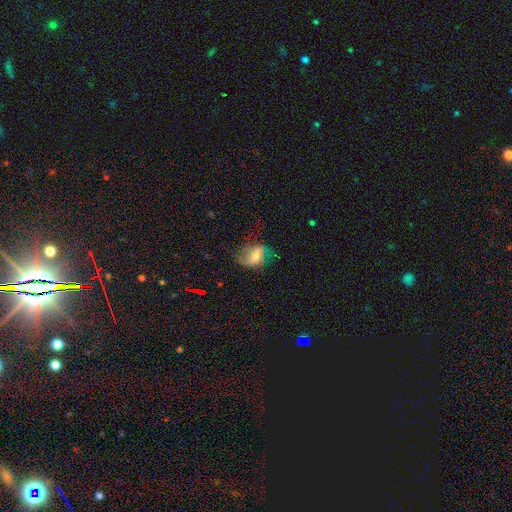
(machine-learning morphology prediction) A featured or disk galaxy (57%) with a weak bar (42%), spiral arms (85%) and a moderate central bulge (57%).

Vote fractions:
- Smooth or featured? featured or disk: 57% / smooth: 34% / star or artifact: 9%
- Edge-on disk? no: 95% / yes: 5%
- Bar? weak: 42% / no: 38% / strong: 20%
- Spiral arms? yes: 85% / no: 15%
- Bulge size? moderate: 57% / small: 31% / large: 7% / none: 3% / dominant: 1%
- Merging? none: 60% / minor disturbance: 25% / major disturbance: 14% / merger: 1%